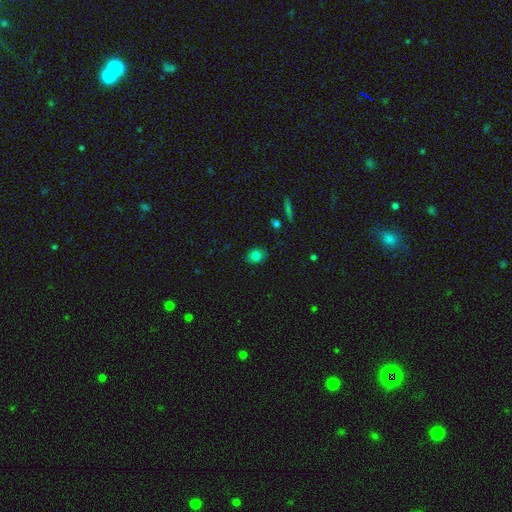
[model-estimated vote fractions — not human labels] A smooth galaxy with no disk features (80%) that is round (56%). Merging: none (85%).